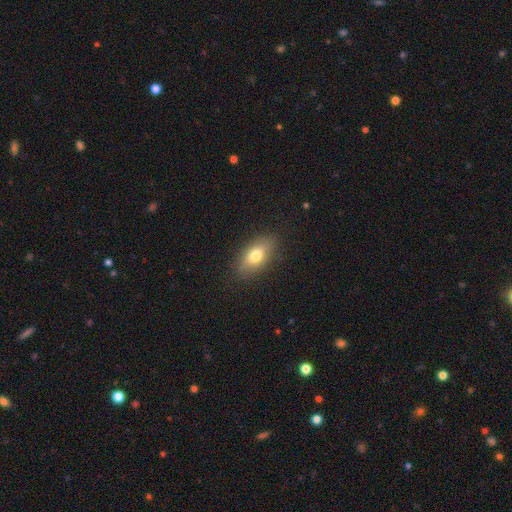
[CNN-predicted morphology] Smooth or featured? Predicted: smooth (p=0.71). How rounded? Predicted: in between (p=0.82). Merging? Predicted: none (p=0.84).